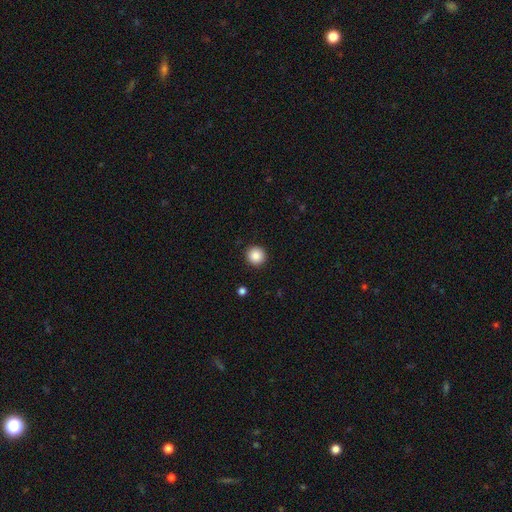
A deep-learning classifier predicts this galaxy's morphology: This appears to be a smooth galaxy with no disk features (87%) that is round (95%). Merging: none (92%).